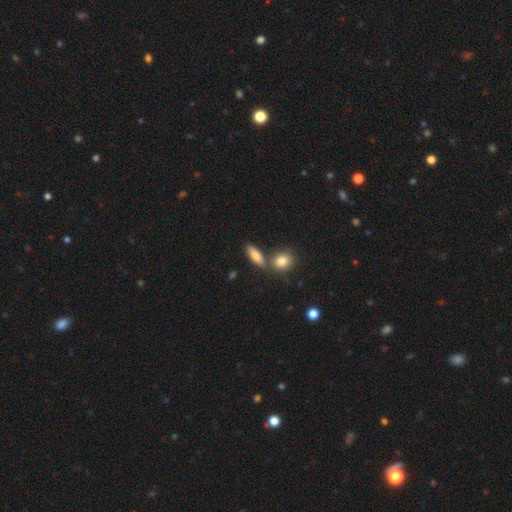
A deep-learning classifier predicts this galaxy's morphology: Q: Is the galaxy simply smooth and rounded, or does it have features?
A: smooth — 78%.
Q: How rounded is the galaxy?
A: in between — 66%.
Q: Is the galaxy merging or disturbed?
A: none — 65%.